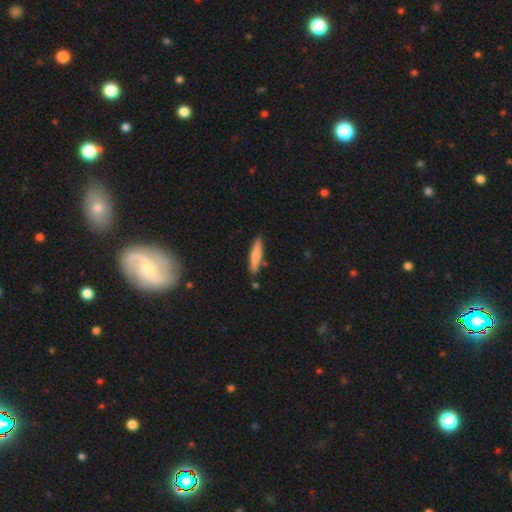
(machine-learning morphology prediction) The model was most divided on "smooth or featured": smooth: 75%, featured or disk: 20%, star or artifact: 5%. More confident: how rounded — cigar-shaped (86%); merging — none (83%).